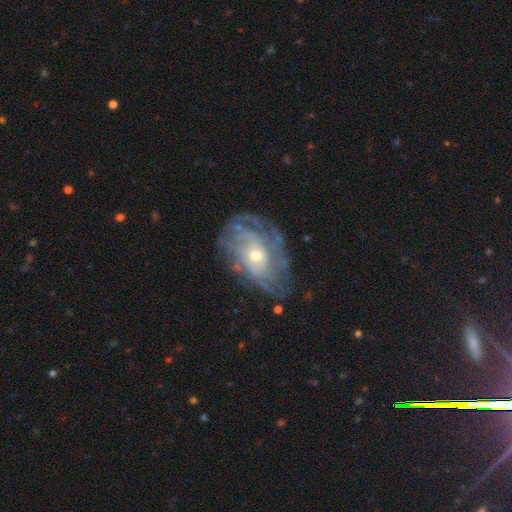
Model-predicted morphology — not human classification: This is clearly a featured or disk galaxy (81%). It is clearly not viewed edge-on (95%). Bar: likely no (77%). Spiral arm pattern: clearly yes (87%). Spiral arm count: possibly can't tell (51%). Spiral winding: likely tight (62%). Central bulge: possibly small (51%). Merging: likely none (68%).